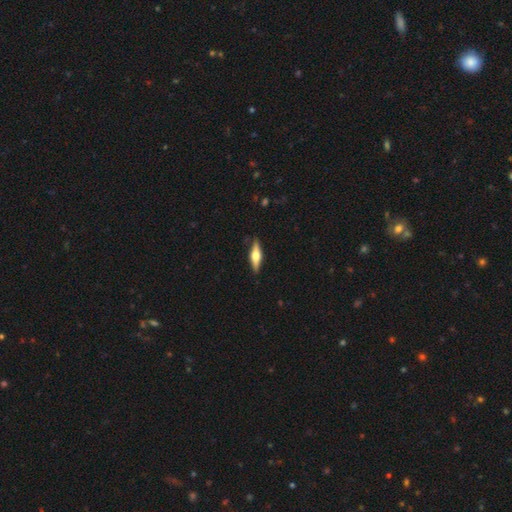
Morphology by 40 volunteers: This is likely a featured or disk galaxy (62%). It is clearly viewed edge-on (100%). Edge-on bulge: clearly rounded (100%). Merging: clearly none (87%).